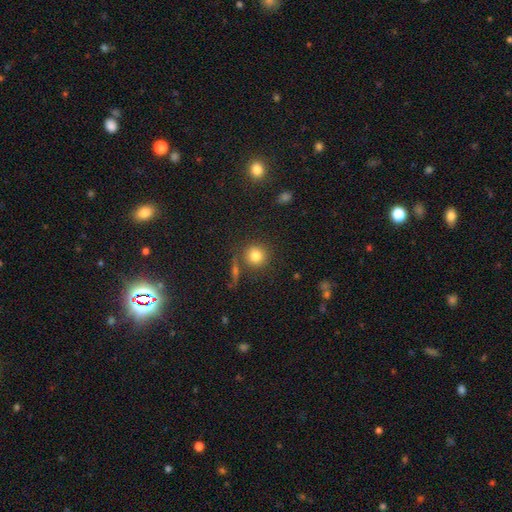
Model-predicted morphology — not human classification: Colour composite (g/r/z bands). It shows a smooth galaxy with no disk features (80%) that is round (91%). Merging: none (78%).